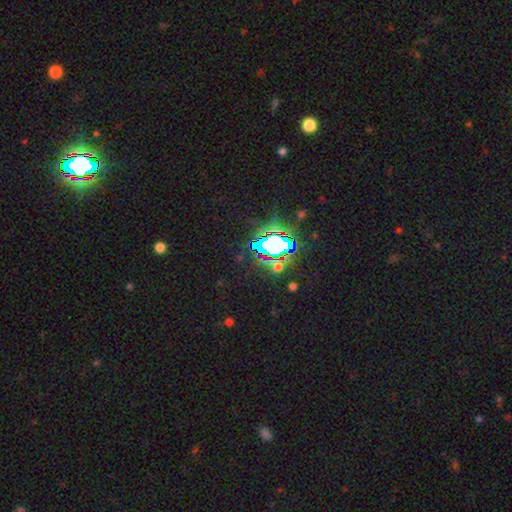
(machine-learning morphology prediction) Smooth or featured: star or artifact — 81% (smooth — 11%)